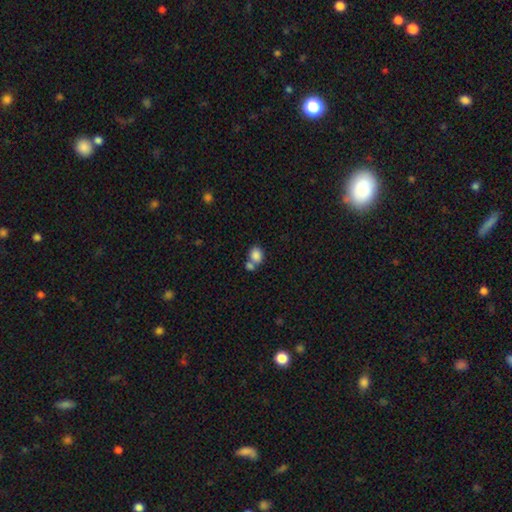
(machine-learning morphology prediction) Smooth or featured? Predicted: smooth (p=0.84). How rounded? Predicted: in between (p=0.54). Merging? Predicted: merger (p=0.44).